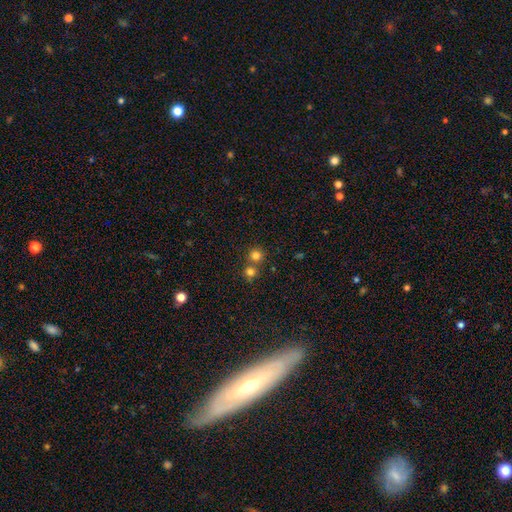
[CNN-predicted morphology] Q: Smooth or featured?
A: smooth (78%); runner-up: star or artifact (16%)
Q: How rounded?
A: round (93%); runner-up: in between (6%)
Q: Merging?
A: none (64%); runner-up: merger (29%)